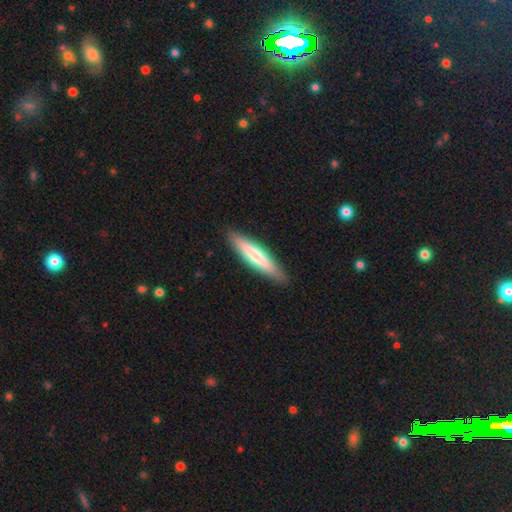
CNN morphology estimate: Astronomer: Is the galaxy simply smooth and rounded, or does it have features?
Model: smooth — 67%.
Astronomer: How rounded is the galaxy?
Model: cigar-shaped — 83%.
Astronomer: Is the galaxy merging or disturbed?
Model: none — 88%.